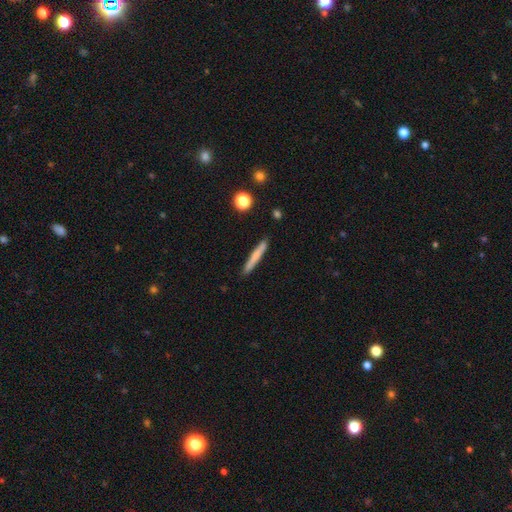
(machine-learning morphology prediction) smooth_or_featured: smooth (p=0.69) [alt: featured or disk p=0.24]
how_rounded: cigar-shaped (p=0.96) [alt: in between p=0.03]
merging: none (p=0.88) [alt: minor disturbance p=0.09]